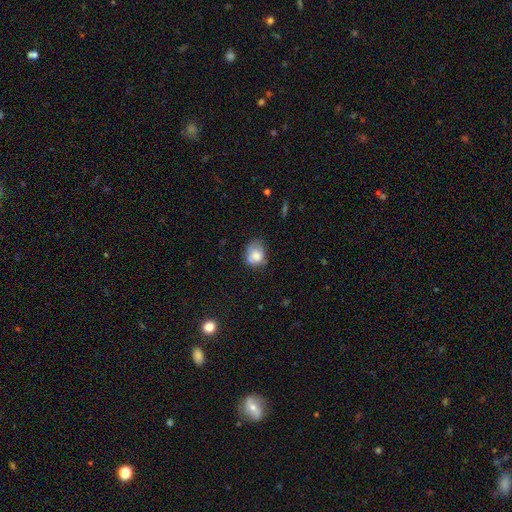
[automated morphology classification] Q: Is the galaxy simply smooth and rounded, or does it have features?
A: smooth — 75%.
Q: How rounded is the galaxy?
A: round — 52%.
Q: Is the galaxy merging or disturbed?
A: none — 45%.